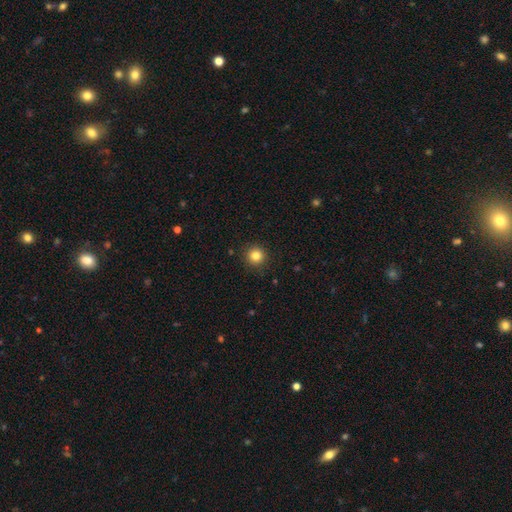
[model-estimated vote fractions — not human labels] A smooth galaxy with no disk features (83%) that is round (95%). Merging: none (91%).